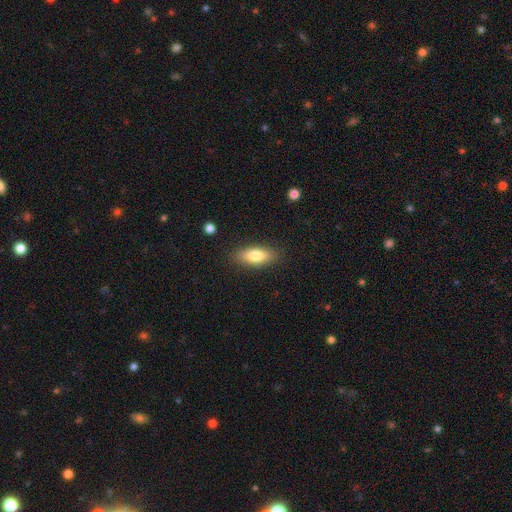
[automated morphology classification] smooth_or_featured: smooth (p=0.78) [alt: featured or disk p=0.16]
how_rounded: in between (p=0.76) [alt: cigar-shaped p=0.21]
merging: none (p=0.86) [alt: minor disturbance p=0.10]